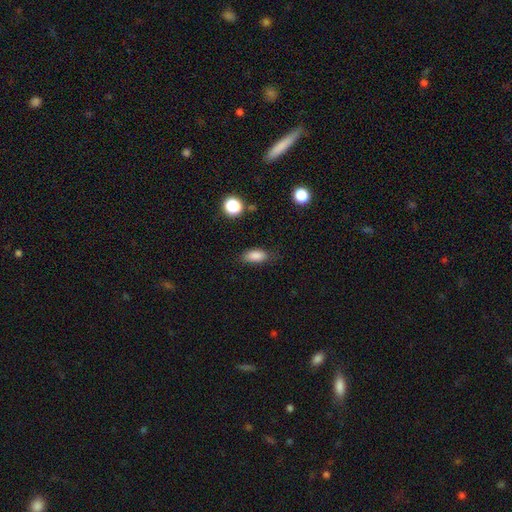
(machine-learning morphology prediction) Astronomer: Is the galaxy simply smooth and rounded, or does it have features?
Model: smooth — 85%.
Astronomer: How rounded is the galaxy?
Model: in between — 85%.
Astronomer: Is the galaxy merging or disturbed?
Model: none — 76%.